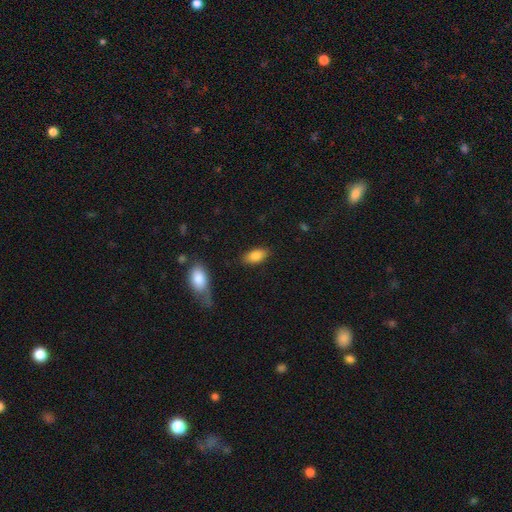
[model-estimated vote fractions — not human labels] The model was most divided on "smooth or featured": smooth: 82%, featured or disk: 11%, star or artifact: 7%. More confident: how rounded — in between (89%); merging — none (83%).